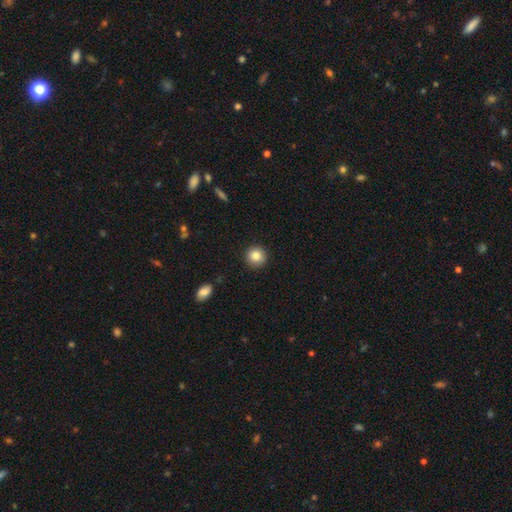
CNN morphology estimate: Overall: smooth (84%). How rounded: round (94%). Merging: none (92%).